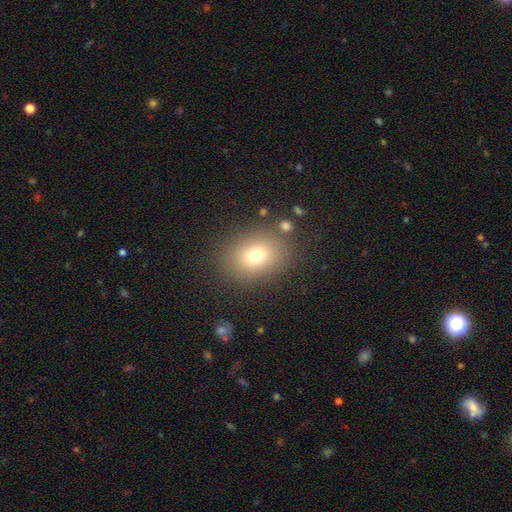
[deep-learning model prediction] Morphology: type=smooth (73%); roundness=in between (51%); merging=none (83%).